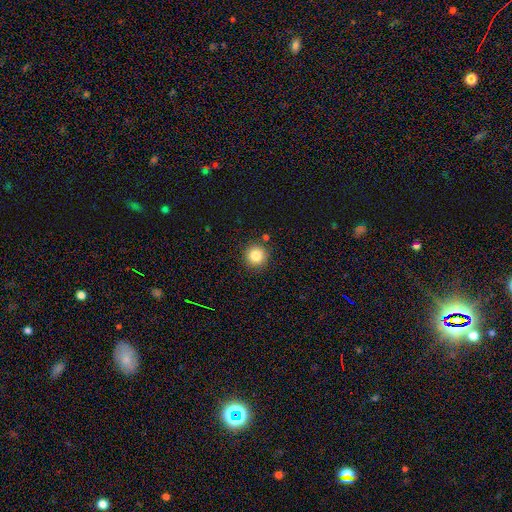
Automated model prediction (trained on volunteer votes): Overall: smooth (83%). How rounded: round (95%). Merging: none (87%).